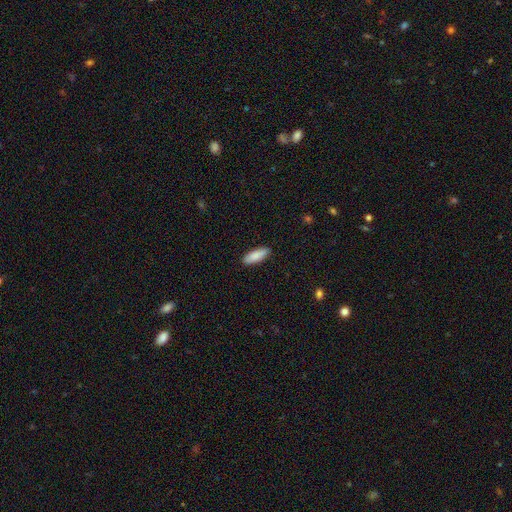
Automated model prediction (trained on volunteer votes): Overall: smooth (88%). How rounded: in between (64%; cigar-shaped 34%). Merging: none (89%).